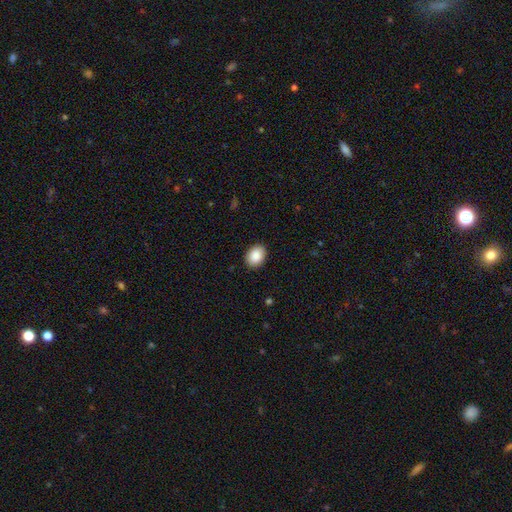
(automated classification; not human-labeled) Overall: smooth (89%). How rounded: in between (69%; round 31%). Merging: none (89%).